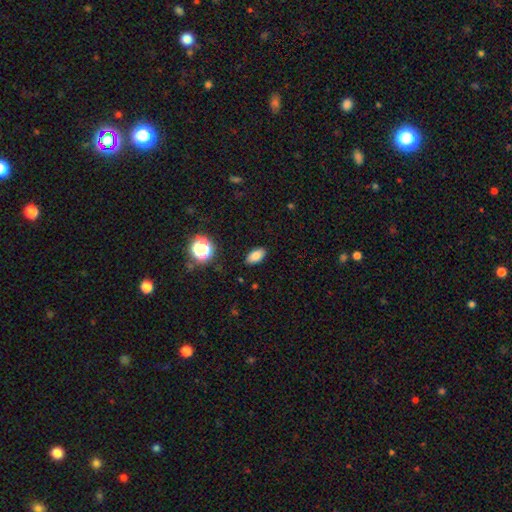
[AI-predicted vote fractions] Smooth or featured? Predicted: smooth (p=0.81). How rounded? Predicted: in between (p=0.89). Merging? Predicted: none (p=0.87).